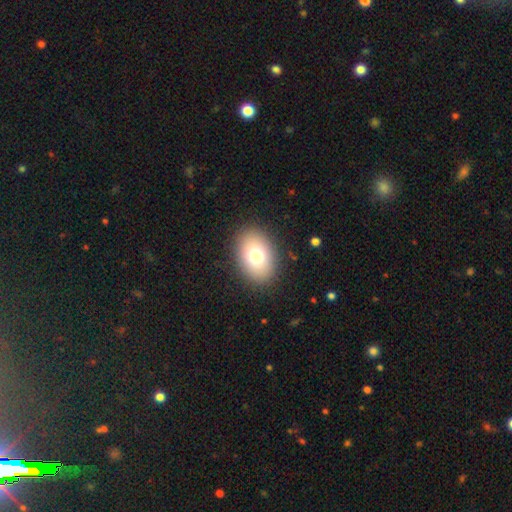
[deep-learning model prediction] Smooth or featured? smooth (77%)
How rounded? in between (79%)
Merging? none (88%)